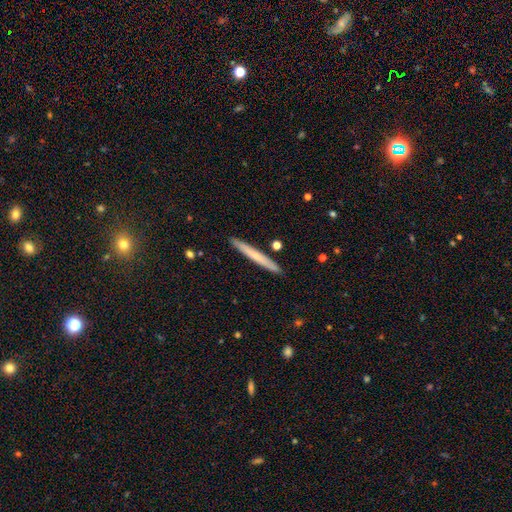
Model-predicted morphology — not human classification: smooth_or_featured: smooth (p=0.60) [alt: featured or disk p=0.34]
how_rounded: cigar-shaped (p=0.97) [alt: in between p=0.02]
merging: none (p=0.91) [alt: minor disturbance p=0.06]